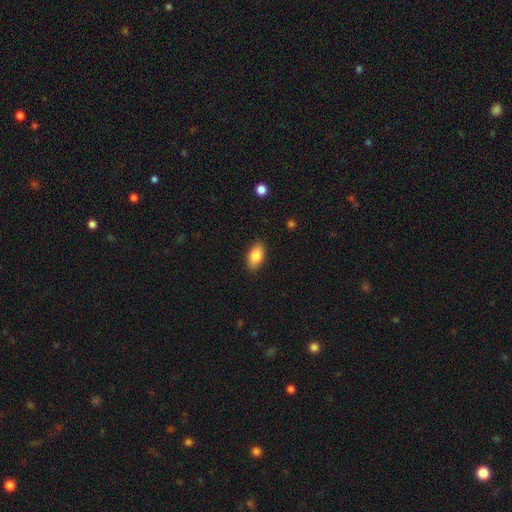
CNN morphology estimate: Smooth or featured: smooth — 83% (featured or disk — 9%)
How rounded: in between — 91% (round — 6%)
Merging: none — 88% (minor disturbance — 9%)